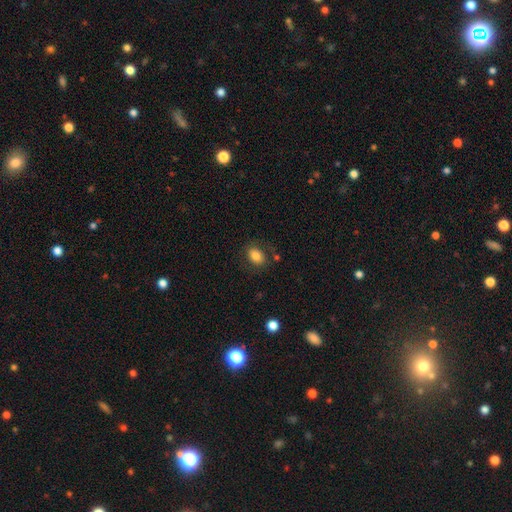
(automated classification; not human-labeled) smooth-or-featured: smooth: 81% | featured or disk: 10% | star or artifact: 9%
  how-rounded: in between: 76% | round: 23% | cigar-shaped: 1%
  merging: none: 76% | minor disturbance: 14% | major disturbance: 6% | merger: 4%